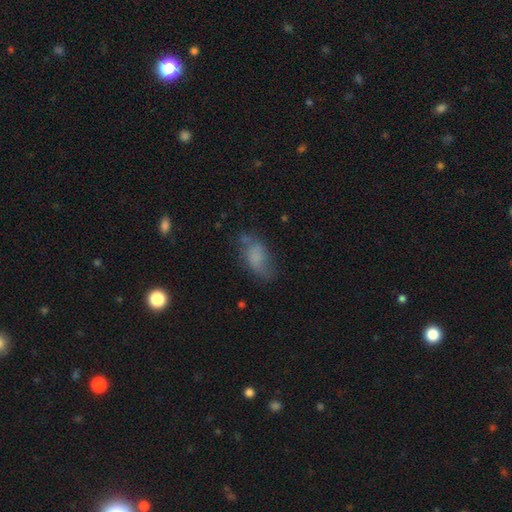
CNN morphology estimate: smooth 64%, featured or disk 24%, star or artifact 12%. Down the decision tree: how rounded — in between (88%); merging — none (53%).